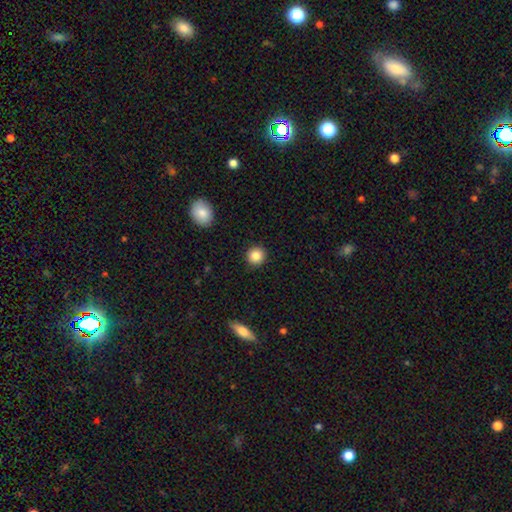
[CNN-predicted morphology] smooth-or-featured: smooth: 86% | star or artifact: 10% | featured or disk: 5%
  how-rounded: round: 92% | in between: 7% | cigar-shaped: 1%
  merging: none: 92% | minor disturbance: 5% | major disturbance: 2% | merger: 1%